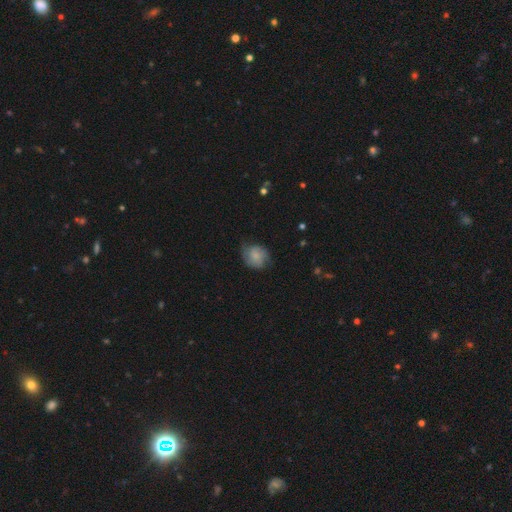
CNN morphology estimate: A smooth galaxy with no disk features (68%) that is round (68%). Merging: none (59%).